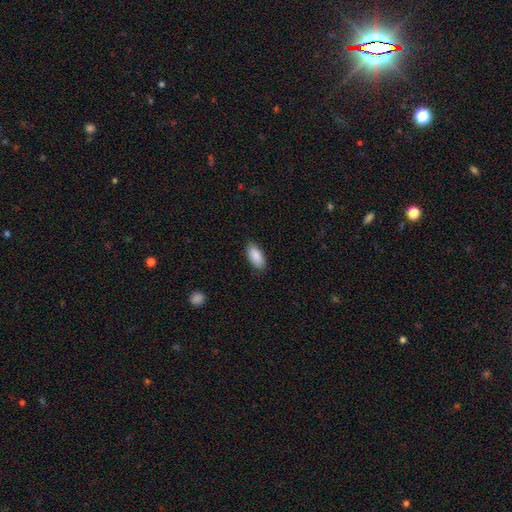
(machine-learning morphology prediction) Smooth or featured? Predicted: smooth (p=0.89). How rounded? Predicted: in between (p=0.92). Merging? Predicted: none (p=0.85).